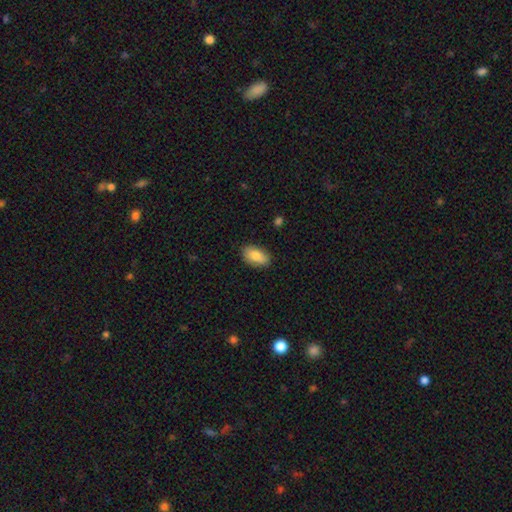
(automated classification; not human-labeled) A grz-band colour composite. It shows a smooth galaxy with no disk features (83%) that is in between round and cigar-shaped (92%). Merging: none (85%).